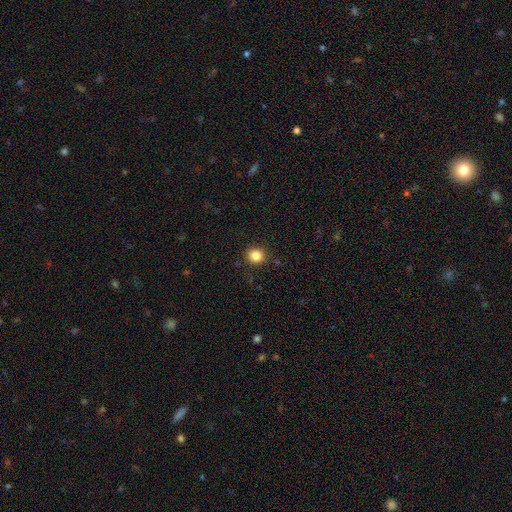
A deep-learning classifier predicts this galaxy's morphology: Overall: smooth (84%). How rounded: round (88%). Merging: none (90%).